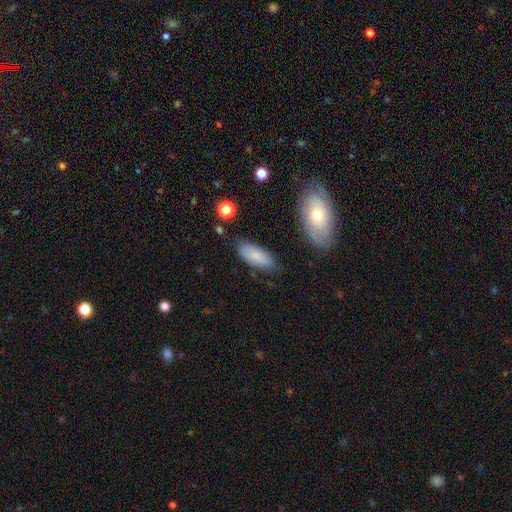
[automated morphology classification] Q: Smooth or featured?
A: smooth (78%); runner-up: featured or disk (15%)
Q: How rounded?
A: in between (85%); runner-up: cigar-shaped (13%)
Q: Merging?
A: none (78%); runner-up: minor disturbance (16%)